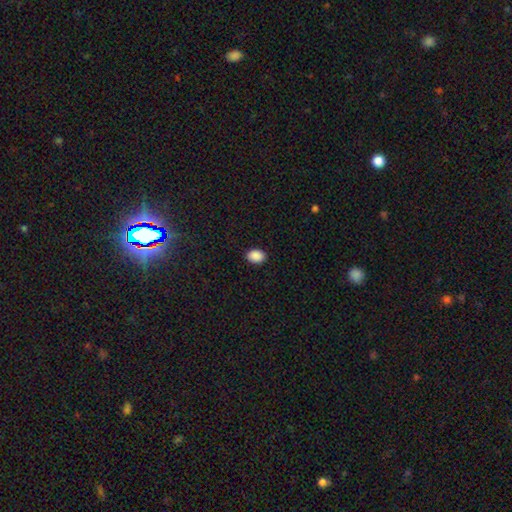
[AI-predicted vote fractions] Smooth or featured: smooth — 90% (star or artifact — 8%)
How rounded: in between — 74% (round — 25%)
Merging: none — 90% (minor disturbance — 7%)